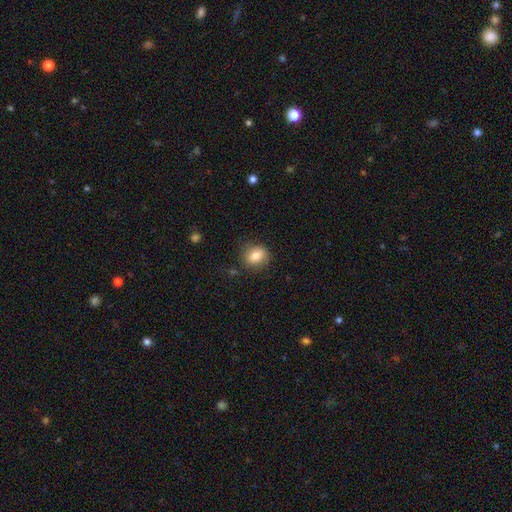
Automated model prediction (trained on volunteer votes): Q: Smooth or featured?
A: smooth (81%); runner-up: featured or disk (10%)
Q: How rounded?
A: round (57%); runner-up: in between (42%)
Q: Merging?
A: none (79%); runner-up: minor disturbance (15%)